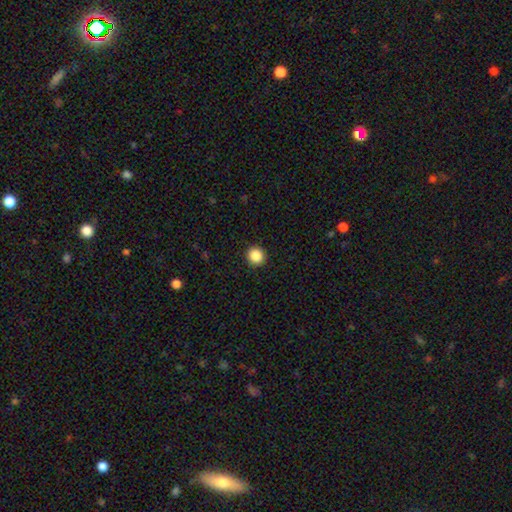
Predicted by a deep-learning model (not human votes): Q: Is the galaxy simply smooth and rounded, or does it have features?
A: smooth — 88%.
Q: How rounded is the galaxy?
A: round — 92%.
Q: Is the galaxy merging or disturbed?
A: none — 93%.